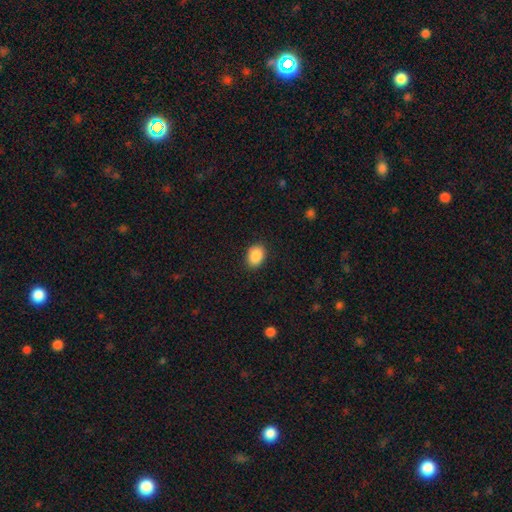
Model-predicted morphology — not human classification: smooth 89%, star or artifact 7%, featured or disk 3%. Down the decision tree: how rounded — in between (76%); merging — none (88%).